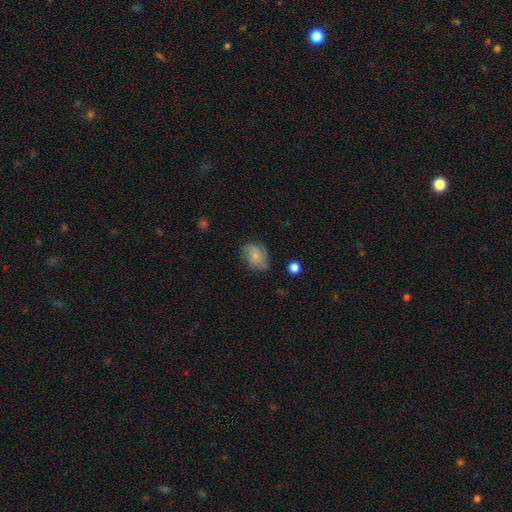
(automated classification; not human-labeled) The model was most divided on "how rounded": in between: 67%, round: 31%, cigar-shaped: 1%. More confident: merging — none (68%); smooth or featured — smooth (68%).